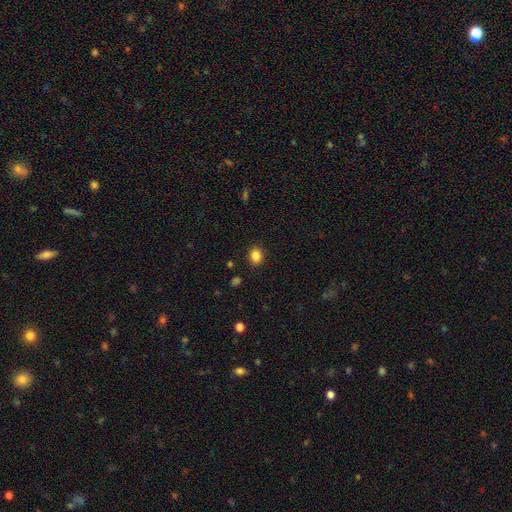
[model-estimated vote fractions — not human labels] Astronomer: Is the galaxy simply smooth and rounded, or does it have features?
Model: smooth — 86%.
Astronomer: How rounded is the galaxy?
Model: round — 53% (runner-up: in between, 46%).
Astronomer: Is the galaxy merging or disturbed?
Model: none — 88%.